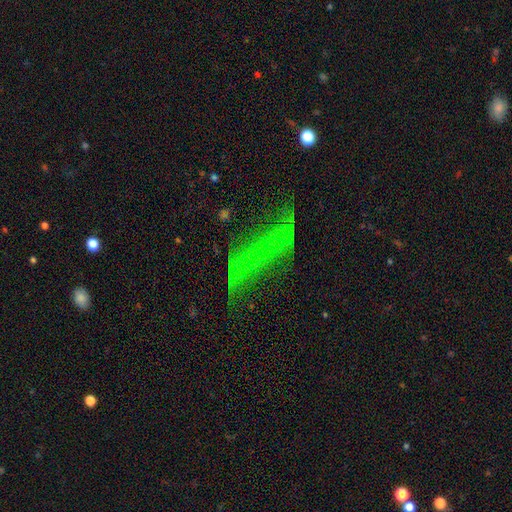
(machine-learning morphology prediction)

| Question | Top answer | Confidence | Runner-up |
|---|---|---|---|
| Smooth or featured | featured or disk | 36% | tied: star or artifact (36%) |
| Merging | none | 46% | major disturbance (31%) |